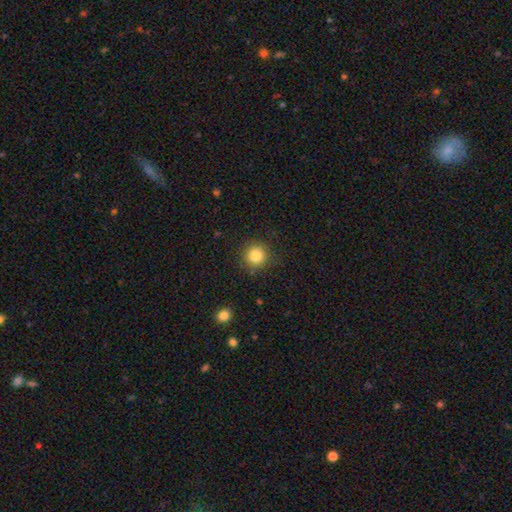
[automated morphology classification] A smooth galaxy with no disk features (83%) that is round (93%).

Vote fractions:
- Smooth or featured? smooth: 83% / star or artifact: 11% / featured or disk: 5%
- How rounded? round: 93% / in between: 6% / cigar-shaped: 1%
- Merging? none: 87% / minor disturbance: 9% / major disturbance: 3% / merger: 2%